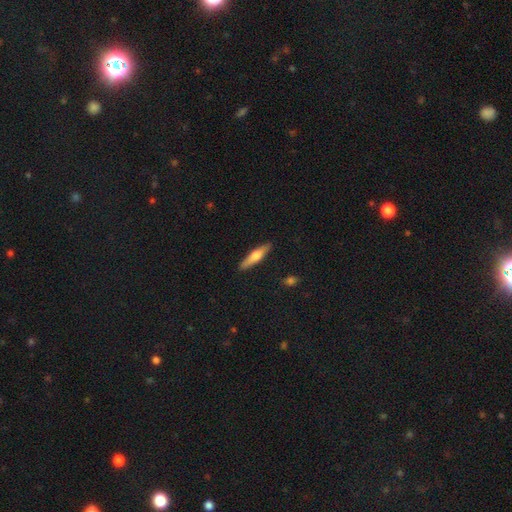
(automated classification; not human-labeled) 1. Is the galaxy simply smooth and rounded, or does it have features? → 49% smooth, 45% featured or disk, 6% star or artifact.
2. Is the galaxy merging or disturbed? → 90% none, 7% minor disturbance, 2% major disturbance, 1% merger.